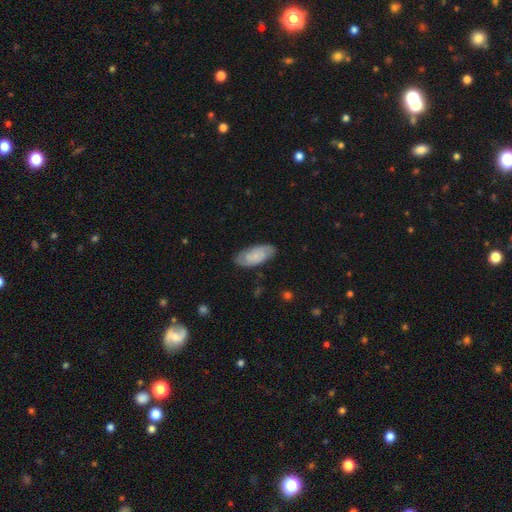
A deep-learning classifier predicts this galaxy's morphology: The model was most divided on "smooth or featured": smooth: 51%, featured or disk: 43%, star or artifact: 6%. More confident: how rounded — in between (88%); merging — none (78%).